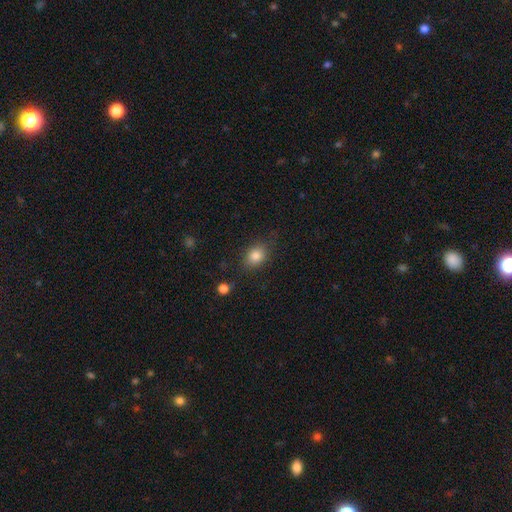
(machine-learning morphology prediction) A smooth galaxy with no disk features (82%) that is in between round and cigar-shaped (60%).

Vote fractions:
- Smooth or featured? smooth: 82% / star or artifact: 10% / featured or disk: 7%
- How rounded? in between: 60% / round: 39% / cigar-shaped: 1%
- Merging? none: 79% / minor disturbance: 14% / major disturbance: 4% / merger: 3%